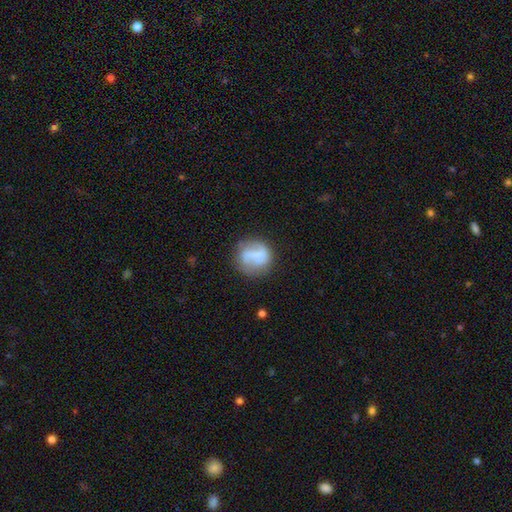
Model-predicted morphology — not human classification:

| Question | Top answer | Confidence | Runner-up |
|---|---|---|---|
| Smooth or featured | smooth | 51% | featured or disk (41%) |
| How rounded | round | 80% | in between (19%) |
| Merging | none | 63% | minor disturbance (21%) |